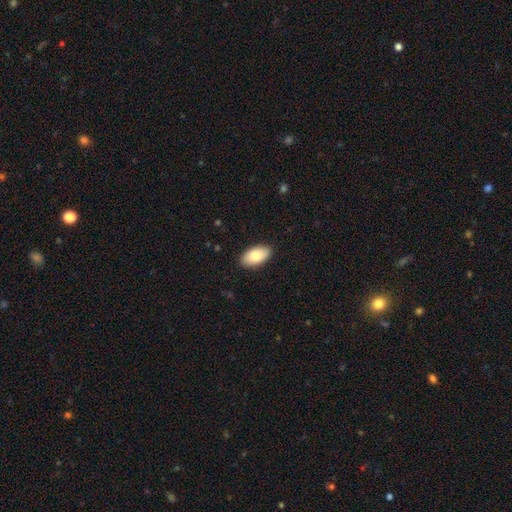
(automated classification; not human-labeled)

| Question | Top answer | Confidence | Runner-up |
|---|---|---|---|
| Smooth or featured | smooth | 82% | featured or disk (12%) |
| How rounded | in between | 95% | round (3%) |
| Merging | none | 89% | minor disturbance (9%) |